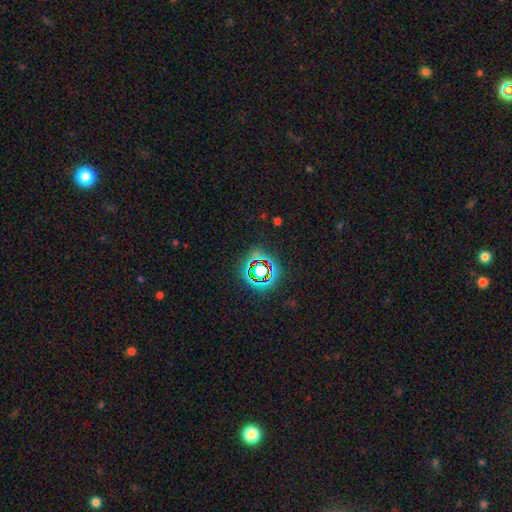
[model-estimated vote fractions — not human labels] A star or artifact, not a galaxy (75%).